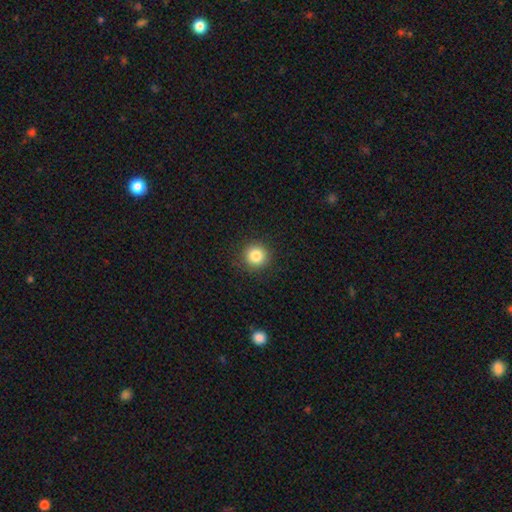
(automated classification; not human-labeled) A smooth galaxy with no disk features (84%) that is round (94%).

Vote fractions:
- Smooth or featured? smooth: 84% / star or artifact: 11% / featured or disk: 5%
- How rounded? round: 94% / in between: 5% / cigar-shaped: 1%
- Merging? none: 91% / minor disturbance: 6% / major disturbance: 2% / merger: 1%